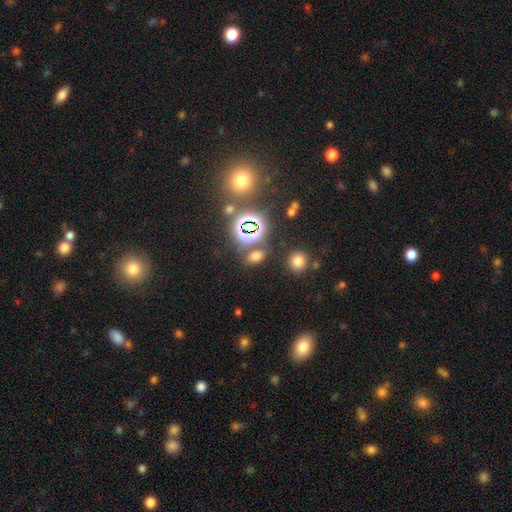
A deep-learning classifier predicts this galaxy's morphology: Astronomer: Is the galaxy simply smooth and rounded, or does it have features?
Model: smooth — 56% (runner-up: star or artifact, 36%).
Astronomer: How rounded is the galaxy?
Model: in between — 75%.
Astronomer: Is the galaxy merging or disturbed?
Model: none — 73%.